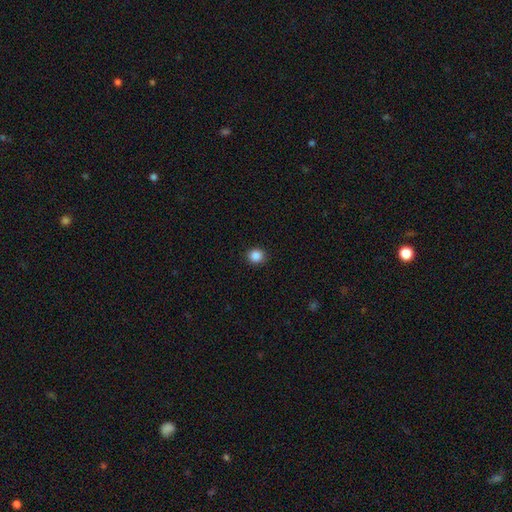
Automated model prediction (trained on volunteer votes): smooth_or_featured: smooth (p=0.87) [alt: star or artifact p=0.10]
how_rounded: round (p=0.89) [alt: in between p=0.10]
merging: none (p=0.92) [alt: minor disturbance p=0.06]